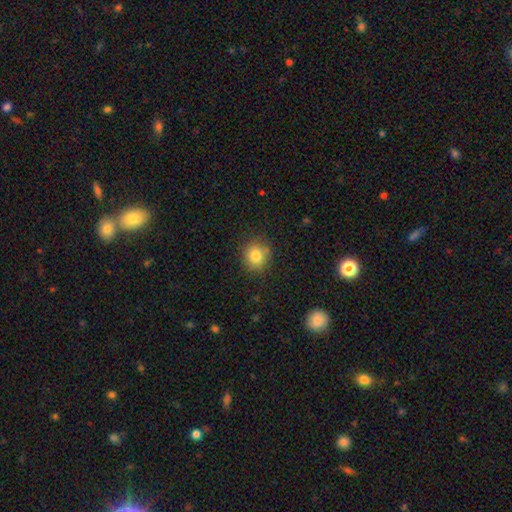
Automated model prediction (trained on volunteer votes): Smooth or featured? smooth (81%)
How rounded? round (82%)
Merging? none (82%)